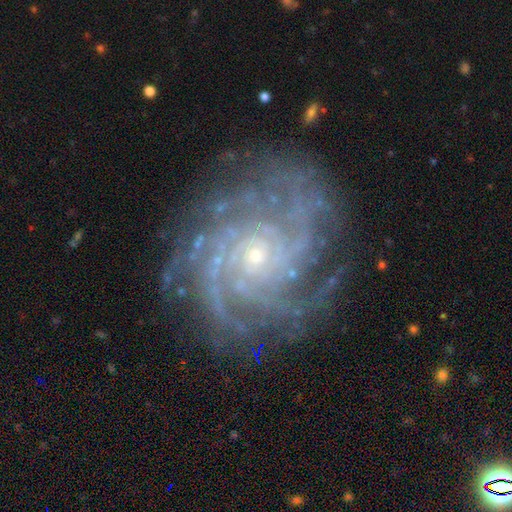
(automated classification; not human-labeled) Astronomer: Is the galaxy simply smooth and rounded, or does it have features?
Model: featured or disk — 91%.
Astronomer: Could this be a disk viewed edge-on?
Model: no — 98%.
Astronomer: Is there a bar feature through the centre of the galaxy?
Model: no — 75%.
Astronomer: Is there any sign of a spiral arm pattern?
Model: yes — 98%.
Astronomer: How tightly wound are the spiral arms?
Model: tight — 74%.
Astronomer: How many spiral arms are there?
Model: more than 4 — 27% (runner-up: 4, 24%).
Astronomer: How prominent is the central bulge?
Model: small — 80%.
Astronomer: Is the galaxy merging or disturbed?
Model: none — 81%.